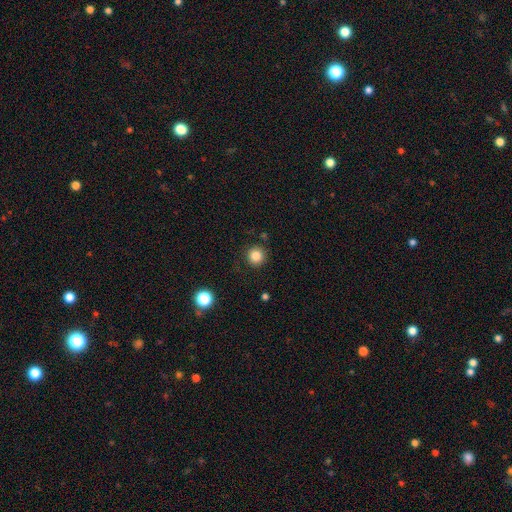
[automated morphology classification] smooth-or-featured: smooth: 84% | star or artifact: 11% | featured or disk: 5%
  how-rounded: round: 94% | in between: 5% | cigar-shaped: 1%
  merging: none: 89% | minor disturbance: 7% | major disturbance: 2% | merger: 2%